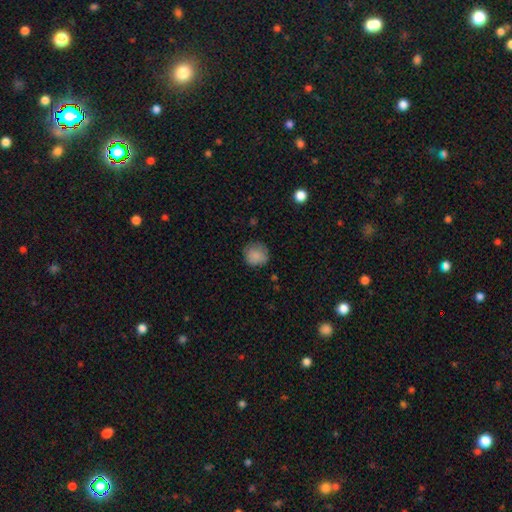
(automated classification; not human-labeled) This is clearly a smooth galaxy (86%). How rounded: clearly round (90%). Merging: clearly none (80%).